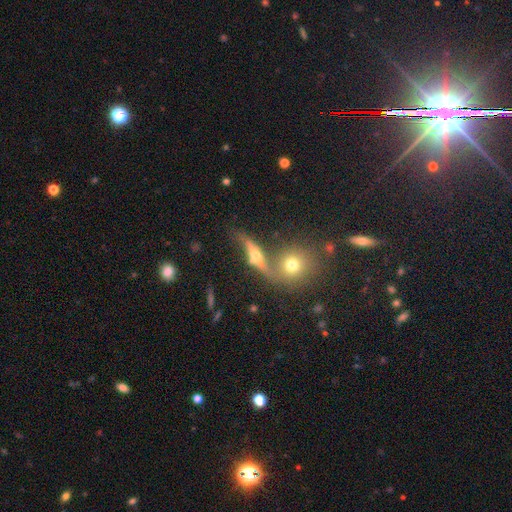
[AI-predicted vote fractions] A featured or disk galaxy (52%).

Vote fractions:
- Smooth or featured? featured or disk: 52% / smooth: 35% / star or artifact: 13%
- Edge-on disk? no: 53% / yes: 47%
- Merging? merger: 38% (tied) / none: 38% (tied) / minor disturbance: 13% / major disturbance: 11%